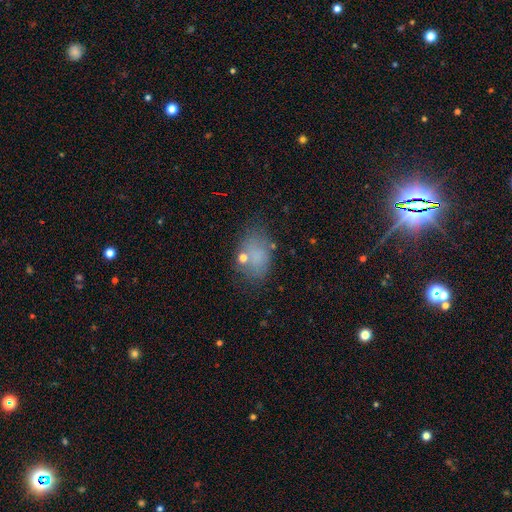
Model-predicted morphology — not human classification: The model was most divided on "merging": none: 64%, minor disturbance: 21%, major disturbance: 10%, merger: 5%. More confident: how rounded — in between (82%); smooth or featured — smooth (70%).